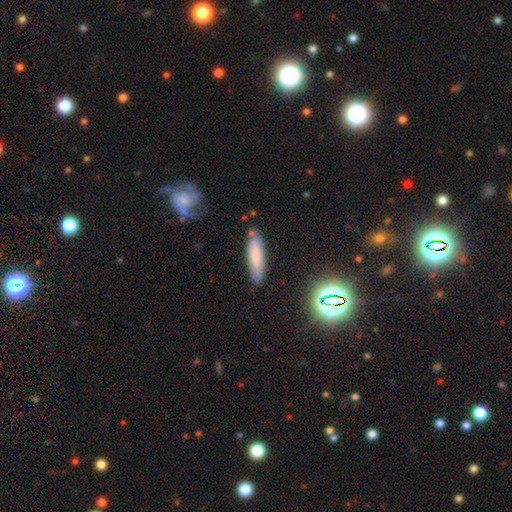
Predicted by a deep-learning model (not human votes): smooth-or-featured: smooth: 75% | featured or disk: 15% | star or artifact: 9%
  how-rounded: cigar-shaped: 73% | in between: 25% | round: 2%
  merging: none: 81% | minor disturbance: 13% | merger: 3% | major disturbance: 3%